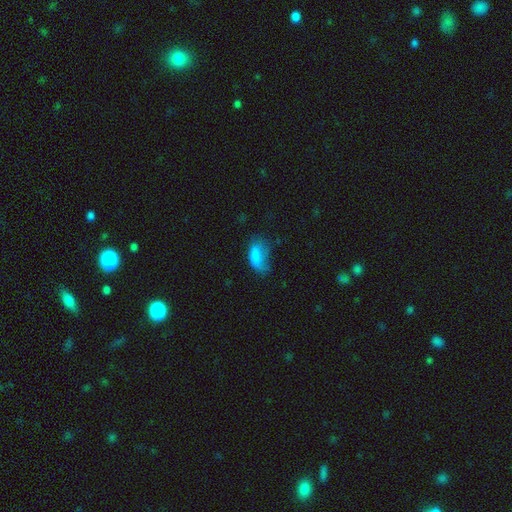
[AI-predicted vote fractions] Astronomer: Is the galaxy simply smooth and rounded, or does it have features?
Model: smooth — 75%.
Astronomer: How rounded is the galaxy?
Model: in between — 87%.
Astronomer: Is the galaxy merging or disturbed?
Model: none — 36% (runner-up: minor disturbance, 33%).